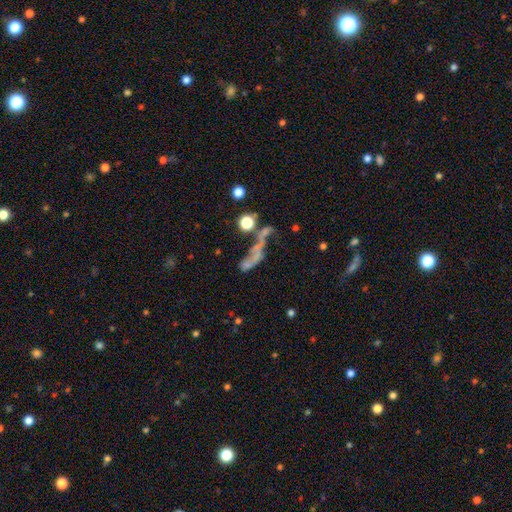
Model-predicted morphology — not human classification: type=featured or disk (37%); merging=major disturbance (30%, tied with none).